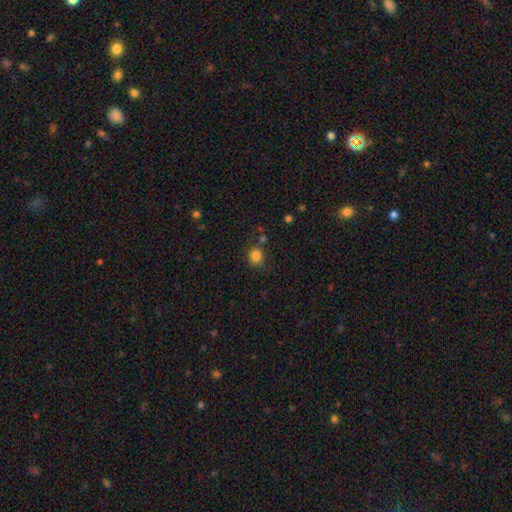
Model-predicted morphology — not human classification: This appears to be a smooth galaxy with no disk features (83%) that is round (82%). Merging: none (73%).